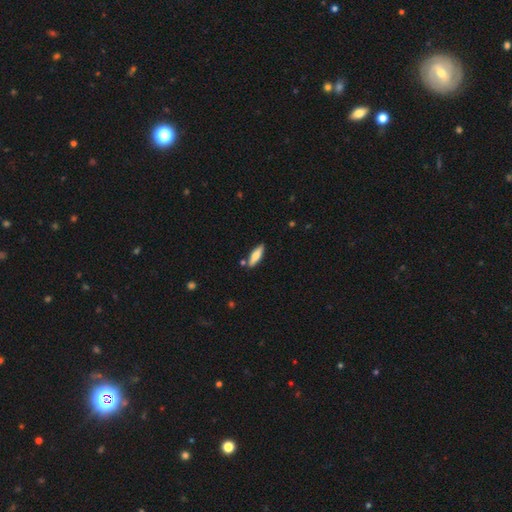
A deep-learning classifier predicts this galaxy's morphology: smooth_or_featured: smooth (p=0.65) [alt: featured or disk p=0.29]
how_rounded: cigar-shaped (p=0.60) [alt: in between p=0.38]
merging: none (p=0.82) [alt: minor disturbance p=0.11]